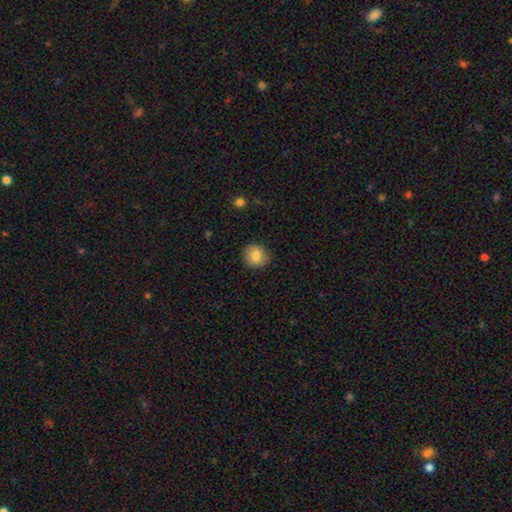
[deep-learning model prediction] Smooth or featured?
  - smooth: 83% *
  - star or artifact: 9%
  - featured or disk: 9%
How rounded?
  - round: 88% *
  - in between: 11%
  - cigar-shaped: 1%
Merging?
  - none: 87% *
  - minor disturbance: 9%
  - major disturbance: 2%
  - merger: 1%